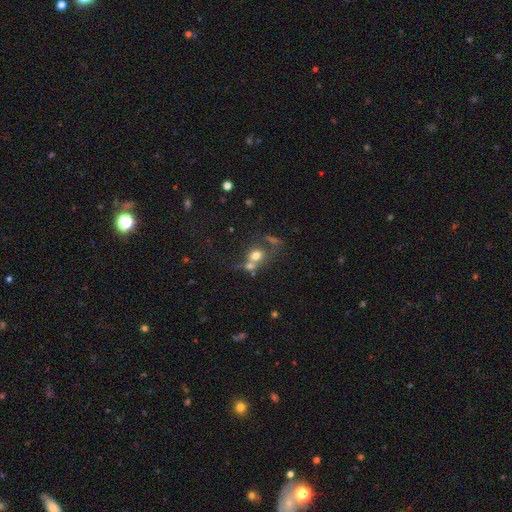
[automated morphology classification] type=smooth (67%); roundness=round (68%); merging=merger (50%).